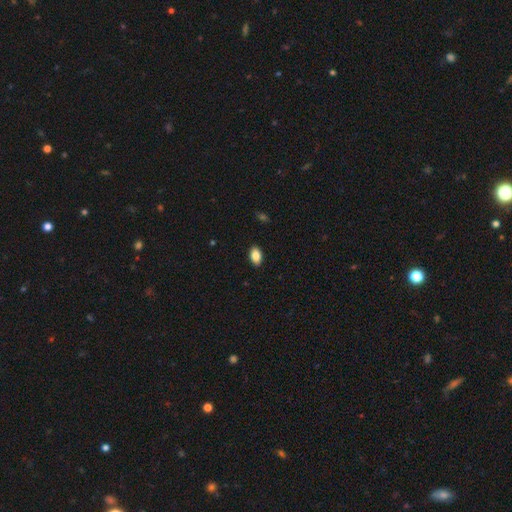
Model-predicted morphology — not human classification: type=smooth (87%); roundness=in between (91%); merging=none (90%).